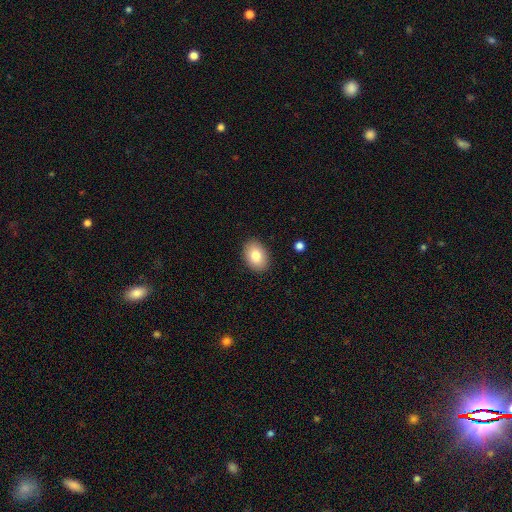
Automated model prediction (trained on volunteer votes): Overall: smooth (81%). How rounded: in between (79%). Merging: none (90%).